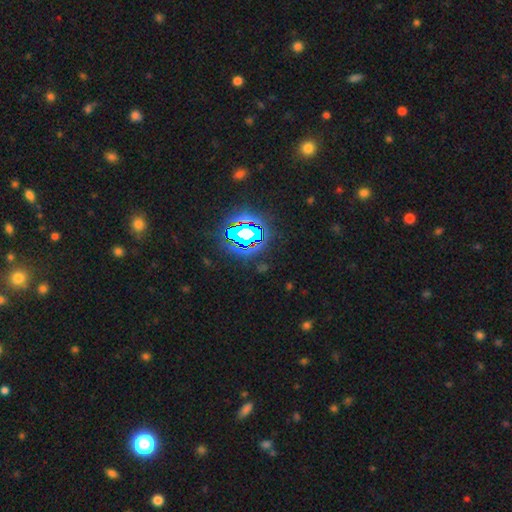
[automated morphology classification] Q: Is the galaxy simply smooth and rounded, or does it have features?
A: star or artifact — 80%.